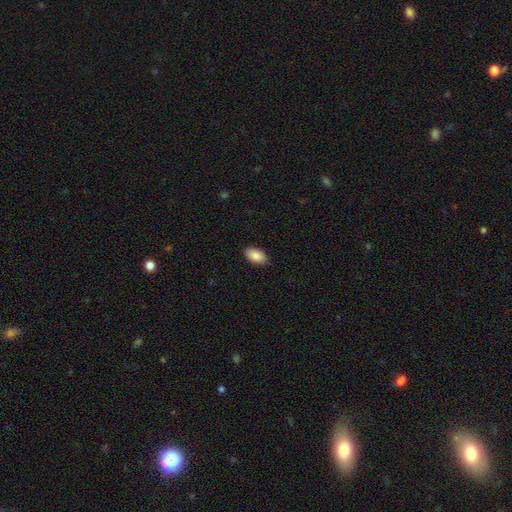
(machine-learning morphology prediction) smooth-or-featured: smooth: 87% | star or artifact: 7% | featured or disk: 6%
  how-rounded: in between: 94% | round: 3% | cigar-shaped: 2%
  merging: none: 86% | minor disturbance: 11% | major disturbance: 2% | merger: 1%